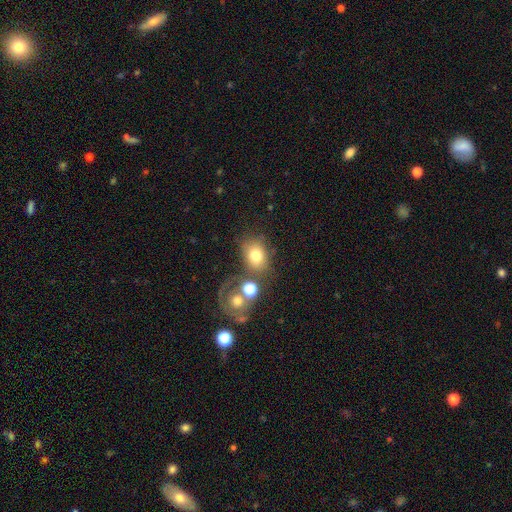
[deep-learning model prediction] Smooth or featured?
  - smooth: 71% *
  - featured or disk: 17%
  - star or artifact: 12%
How rounded?
  - in between: 55% *
  - round: 44%
  - cigar-shaped: 1%
Merging?
  - none: 54% *
  - merger: 20%
  - minor disturbance: 15%
  - major disturbance: 10%